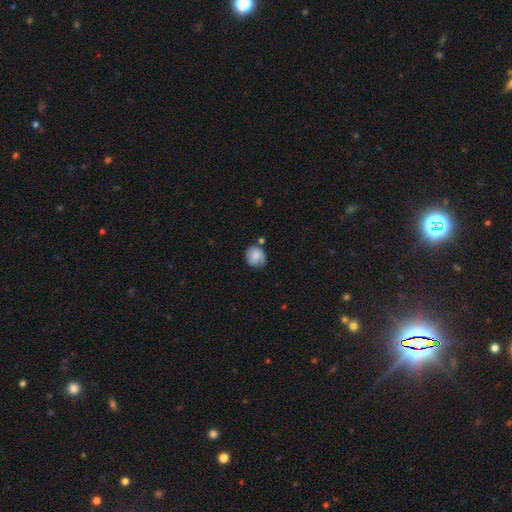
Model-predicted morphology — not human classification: This is likely a smooth galaxy (75%). How rounded: clearly round (80%). Merging: likely none (67%).